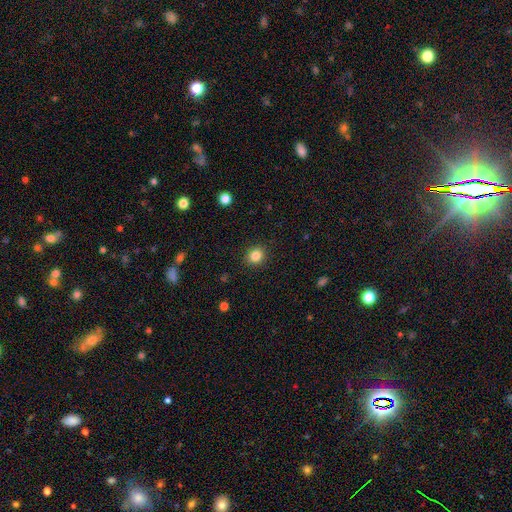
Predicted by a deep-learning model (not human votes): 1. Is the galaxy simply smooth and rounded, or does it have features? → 84% smooth, 11% star or artifact, 5% featured or disk.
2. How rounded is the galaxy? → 82% round, 17% in between, 1% cigar-shaped.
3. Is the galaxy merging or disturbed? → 91% none, 6% minor disturbance, 2% major disturbance, 1% merger.